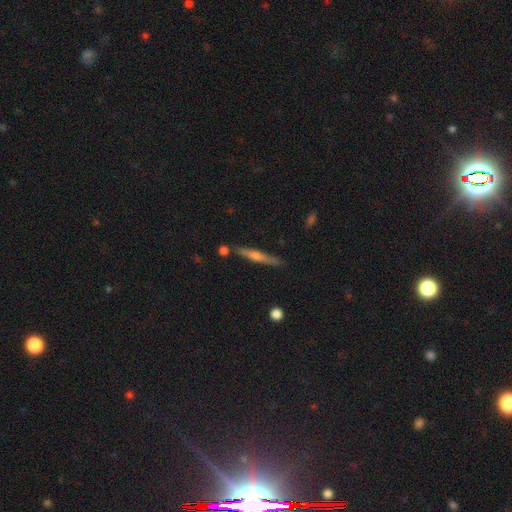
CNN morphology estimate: featured or disk 65%, smooth 28%, star or artifact 7%. Down the decision tree: edge-on disk — yes (97%); edge-on bulge — rounded (78%); merging — none (85%).